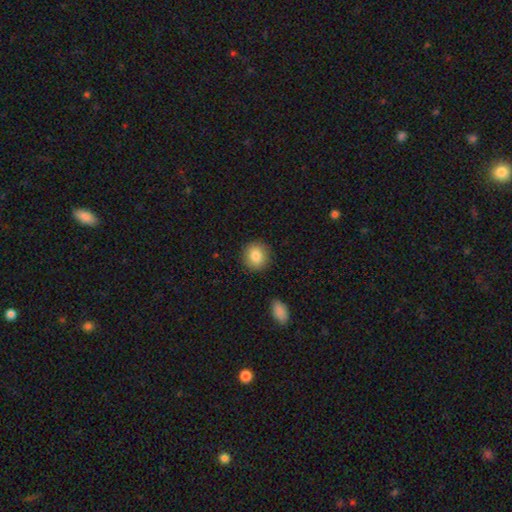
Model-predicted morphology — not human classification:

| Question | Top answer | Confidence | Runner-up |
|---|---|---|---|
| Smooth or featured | smooth | 86% | star or artifact (8%) |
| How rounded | round | 88% | in between (11%) |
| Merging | none | 88% | minor disturbance (8%) |